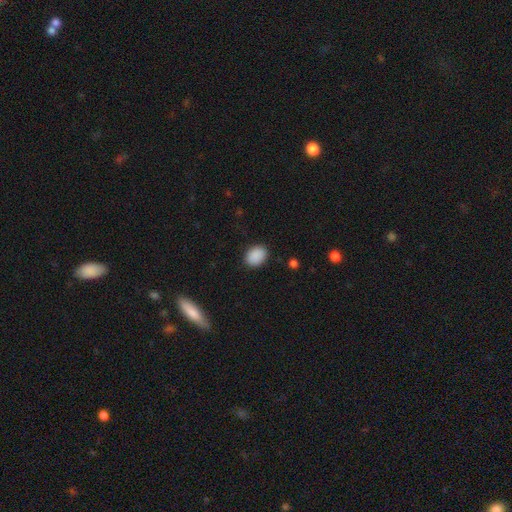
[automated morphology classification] This appears to be a smooth galaxy with no disk features (90%) that is in between round and cigar-shaped (70%). Merging: none (88%).